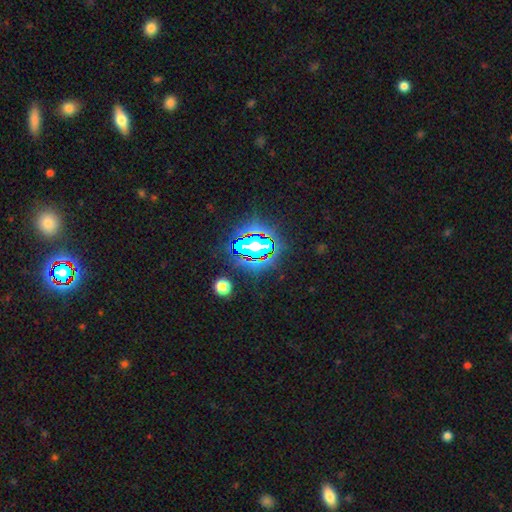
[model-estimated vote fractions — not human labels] Q: Smooth or featured?
A: star or artifact (80%); runner-up: smooth (12%)